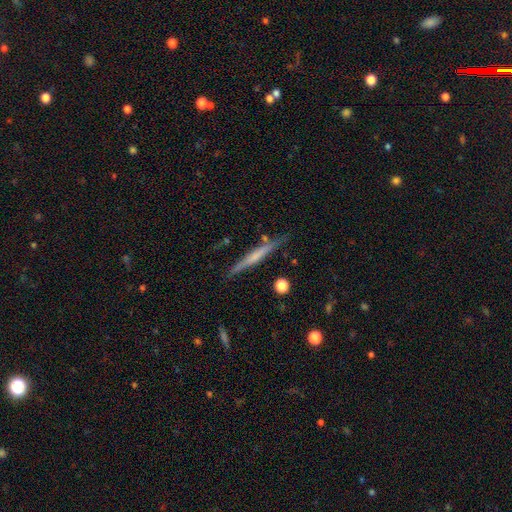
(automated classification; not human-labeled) Smooth or featured? Predicted: featured or disk (p=0.55). Edge-on disk? Predicted: yes (p=0.97). Edge-on bulge? Predicted: none (p=0.60). Merging? Predicted: none (p=0.84).